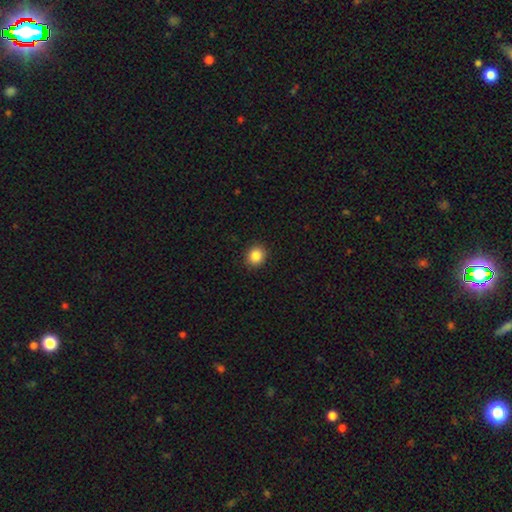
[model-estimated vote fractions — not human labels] Smooth or featured? Predicted: smooth (p=0.86). How rounded? Predicted: round (p=0.80). Merging? Predicted: none (p=0.92).